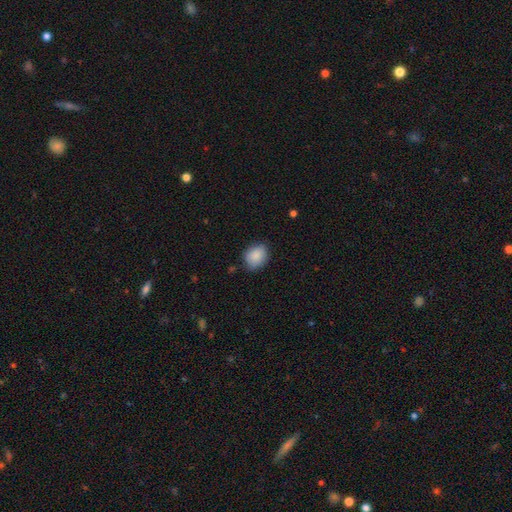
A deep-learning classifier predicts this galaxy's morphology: A smooth galaxy with no disk features (88%) that is in between round and cigar-shaped (54%).

Vote fractions:
- Smooth or featured? smooth: 88% / star or artifact: 7% / featured or disk: 5%
- How rounded? in between: 54% / round: 45% / cigar-shaped: 1%
- Merging? none: 74% / minor disturbance: 21% / major disturbance: 4% / merger: 1%